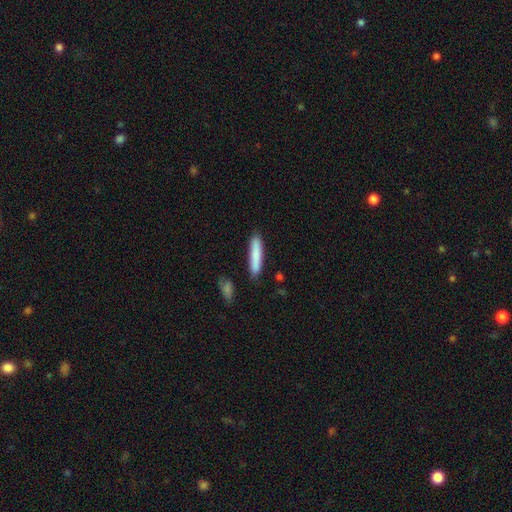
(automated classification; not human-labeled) Overall: smooth (81%). How rounded: cigar-shaped (89%). Merging: none (87%).